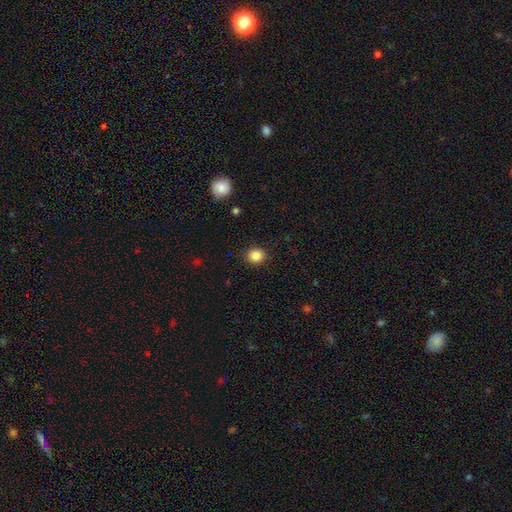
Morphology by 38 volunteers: A smooth galaxy with no disk features (87%) that is round (85%). Merging: none (85%).